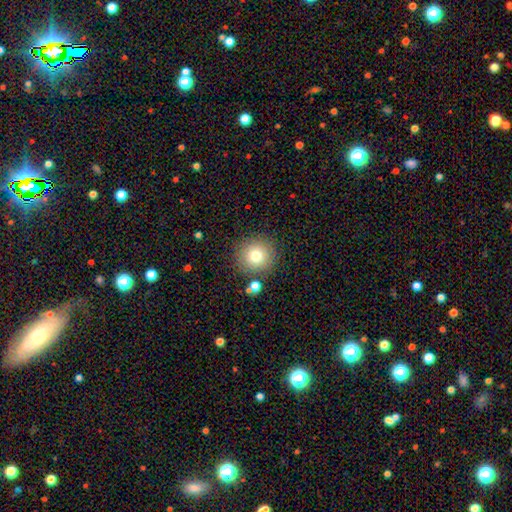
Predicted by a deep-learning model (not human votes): Smooth or featured? Predicted: smooth (p=0.77). How rounded? Predicted: round (p=0.93). Merging? Predicted: none (p=0.84).